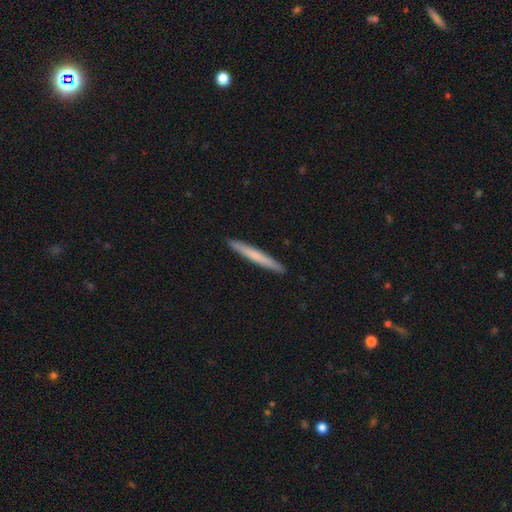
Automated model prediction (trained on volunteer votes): Smooth or featured?
  - smooth: 64% *
  - featured or disk: 31%
  - star or artifact: 5%
How rounded?
  - cigar-shaped: 97% *
  - in between: 2%
  - round: 1%
Merging?
  - none: 93% *
  - minor disturbance: 5%
  - major disturbance: 1%
  - merger: 1%